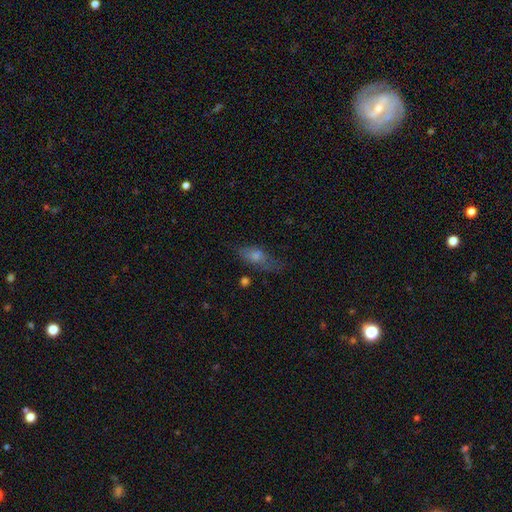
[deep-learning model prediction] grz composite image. It shows a smooth galaxy with no disk features (64%) that is in between round and cigar-shaped (66%). Merging: none (55%).